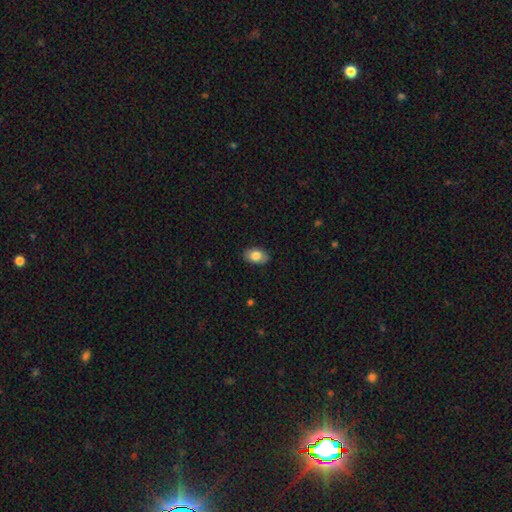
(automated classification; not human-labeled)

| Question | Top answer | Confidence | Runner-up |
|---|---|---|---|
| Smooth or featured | smooth | 82% | featured or disk (11%) |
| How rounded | in between | 90% | round (8%) |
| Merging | none | 87% | minor disturbance (10%) |